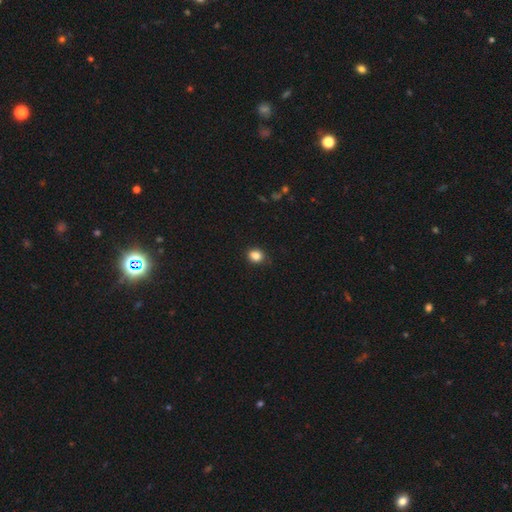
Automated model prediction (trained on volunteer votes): Morphology: type=smooth (86%); roundness=round (63%); merging=none (86%).